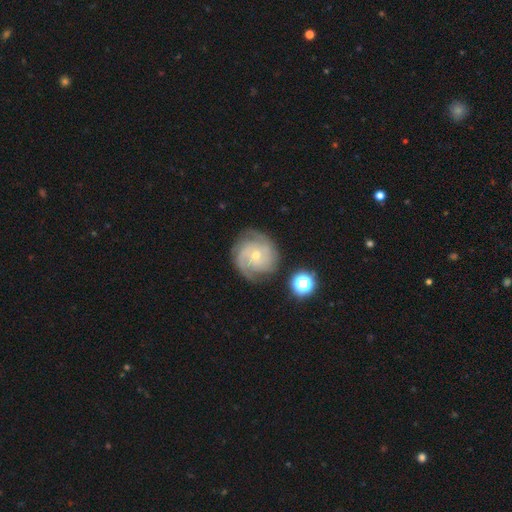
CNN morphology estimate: Smooth or featured? Predicted: featured or disk (p=0.84). Edge-on disk? Predicted: no (p=0.98). Bar? Predicted: no (p=0.70). Spiral arms? Predicted: yes (p=0.96). Spiral winding? Predicted: tight (p=0.61). Spiral arm count? Predicted: 2 (p=0.32, tied with 3). Bulge size? Predicted: small (p=0.64). Merging? Predicted: none (p=0.76).